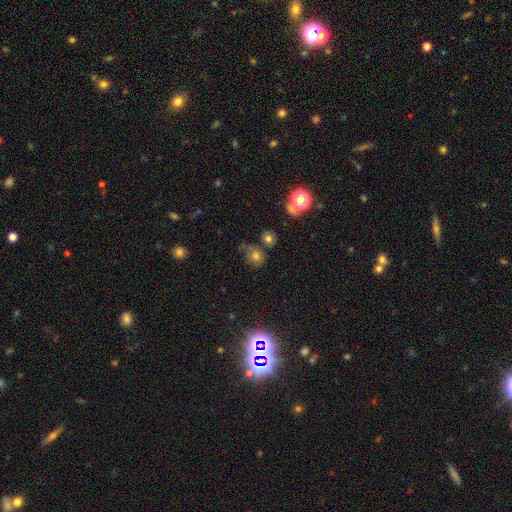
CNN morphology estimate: smooth-or-featured: smooth: 64% | star or artifact: 21% | featured or disk: 15%
  how-rounded: round: 73% | in between: 26% | cigar-shaped: 1%
  merging: none: 57% | minor disturbance: 19% | merger: 15% | major disturbance: 9%